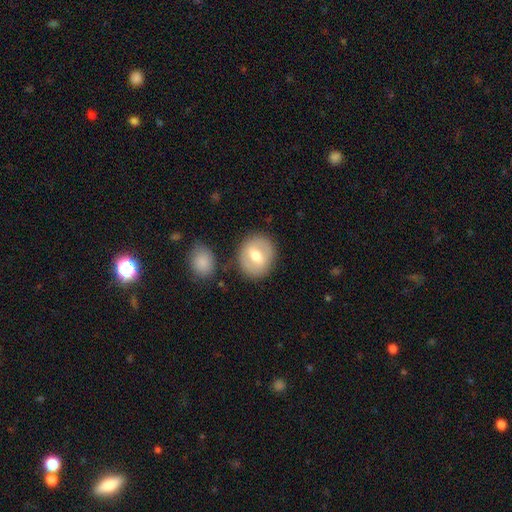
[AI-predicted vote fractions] Overall: smooth (54%; featured or disk 39%). How rounded: round (67%; in between 32%). Merging: none (80%).